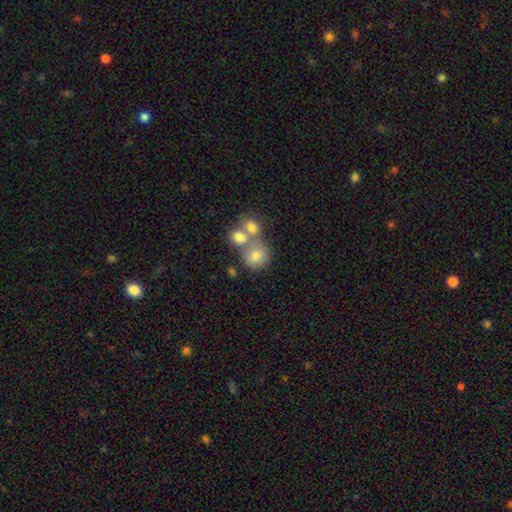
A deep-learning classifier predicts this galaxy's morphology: A smooth galaxy with no disk features (73%) that is round (80%). Merging: merger (45%).